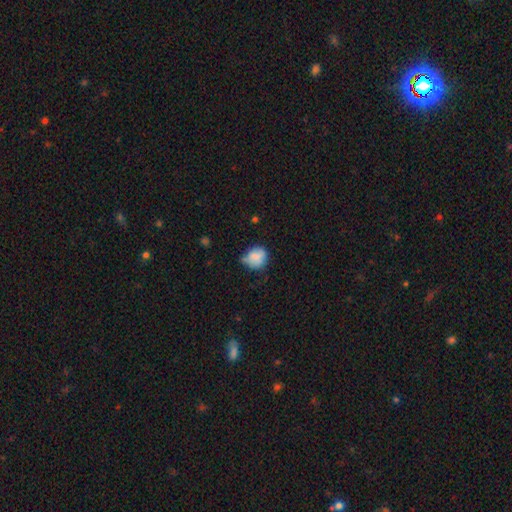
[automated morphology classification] This appears to be a smooth galaxy with no disk features (77%) that is round (70%). Merging: none (43%).